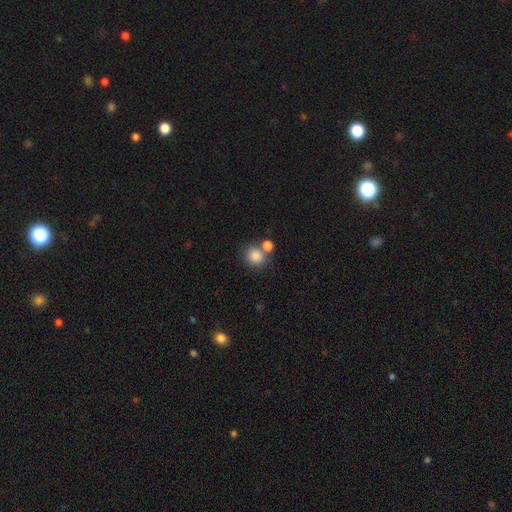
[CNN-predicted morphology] smooth-or-featured: smooth: 84% | star or artifact: 10% | featured or disk: 6%
  how-rounded: round: 81% | in between: 18% | cigar-shaped: 1%
  merging: none: 60% | merger: 26% | minor disturbance: 10% | major disturbance: 4%